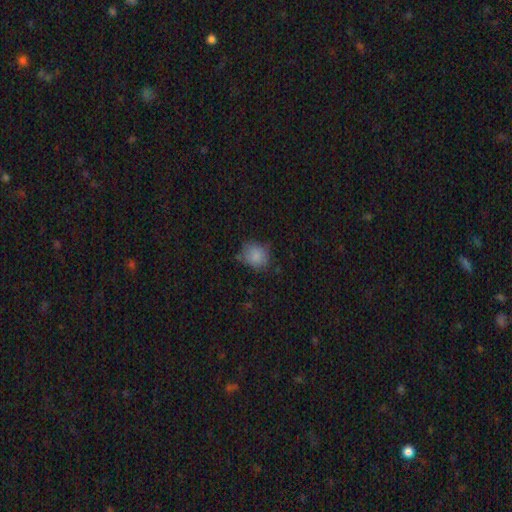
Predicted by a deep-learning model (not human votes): Smooth or featured? smooth (82%)
How rounded? round (62%)
Merging? none (59%)